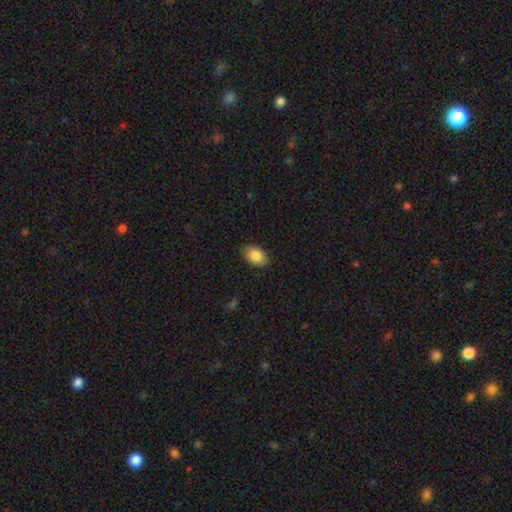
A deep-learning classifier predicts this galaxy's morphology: Smooth or featured: smooth — 86% (featured or disk — 7%)
How rounded: in between — 90% (round — 8%)
Merging: none — 87% (minor disturbance — 10%)